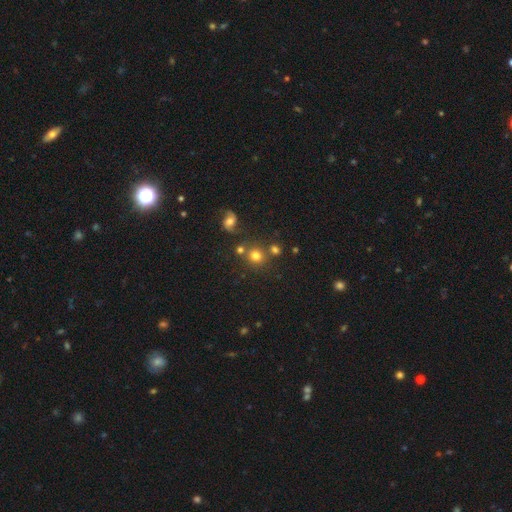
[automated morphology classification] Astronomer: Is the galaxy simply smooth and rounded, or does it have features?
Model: smooth — 75%.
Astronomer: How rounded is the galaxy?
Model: round — 85%.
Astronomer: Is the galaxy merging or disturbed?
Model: none — 71%.